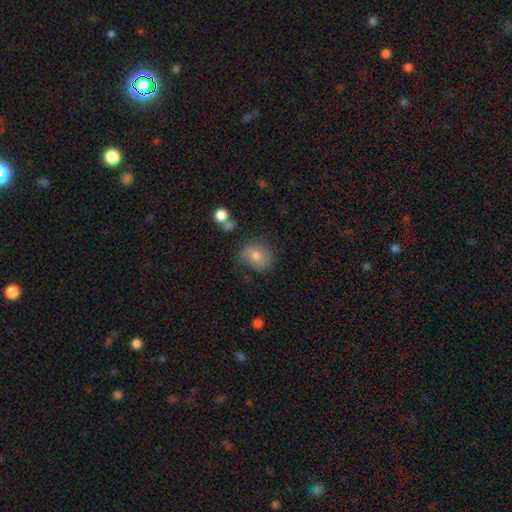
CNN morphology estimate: A smooth galaxy with no disk features (71%) that is round (69%).

Vote fractions:
- Smooth or featured? smooth: 71% / featured or disk: 17% / star or artifact: 12%
- How rounded? round: 69% / in between: 30% / cigar-shaped: 1%
- Merging? none: 71% / minor disturbance: 20% / major disturbance: 6% / merger: 3%